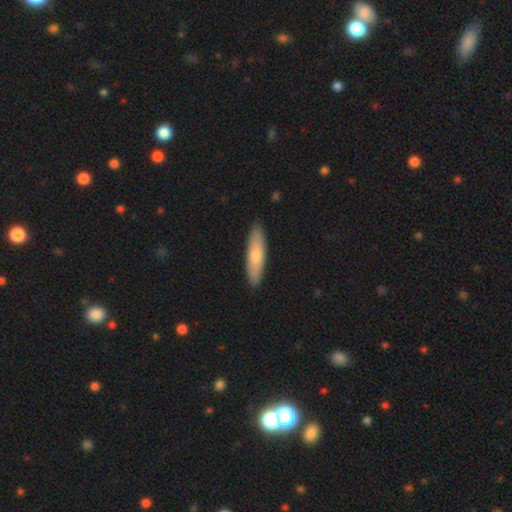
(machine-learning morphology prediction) The model was most divided on "how rounded": cigar-shaped: 72%, in between: 27%, round: 2%. More confident: merging — none (90%); smooth or featured — smooth (71%).